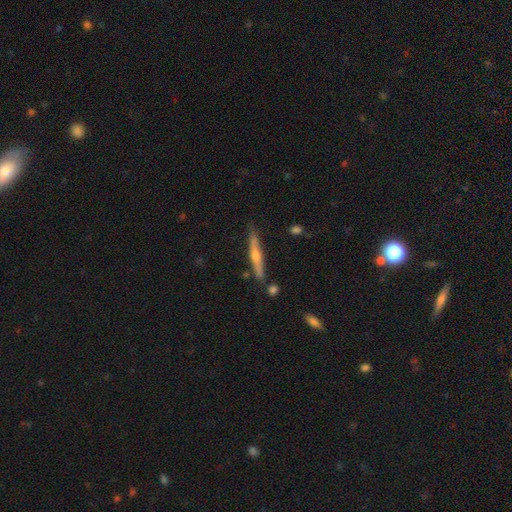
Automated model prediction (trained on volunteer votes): Smooth or featured? featured or disk (68%)
Edge-on disk? yes (97%)
Edge-on bulge? rounded (83%)
Merging? none (83%)